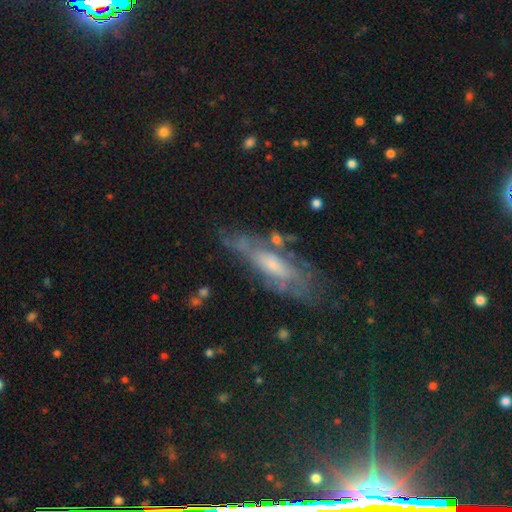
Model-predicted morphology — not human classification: Q: Smooth or featured?
A: featured or disk (64%); runner-up: smooth (28%)
Q: Edge-on disk?
A: no (68%); runner-up: yes (32%)
Q: Merging?
A: none (60%); runner-up: minor disturbance (23%)